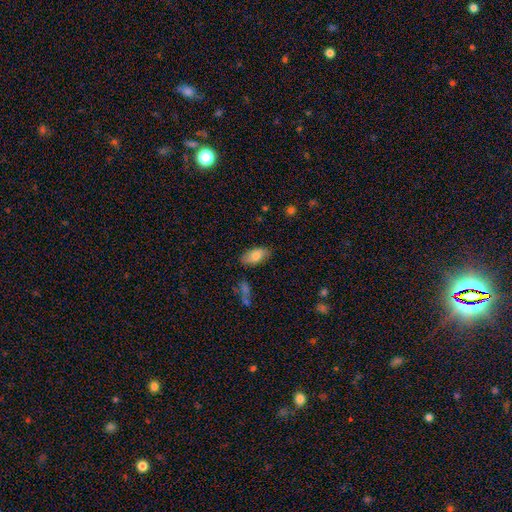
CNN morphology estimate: The model was most divided on "merging": none: 80%, minor disturbance: 15%, major disturbance: 3%, merger: 2%. More confident: how rounded — in between (92%); smooth or featured — smooth (80%).